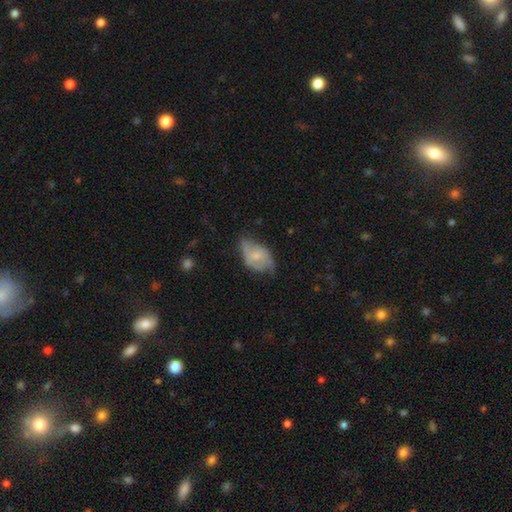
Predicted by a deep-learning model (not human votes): Smooth or featured?
  - smooth: 53% *
  - featured or disk: 40%
  - star or artifact: 7%
How rounded?
  - in between: 89% *
  - round: 9%
  - cigar-shaped: 2%
Merging?
  - minor disturbance: 42% *
  - none: 40%
  - major disturbance: 15%
  - merger: 2%